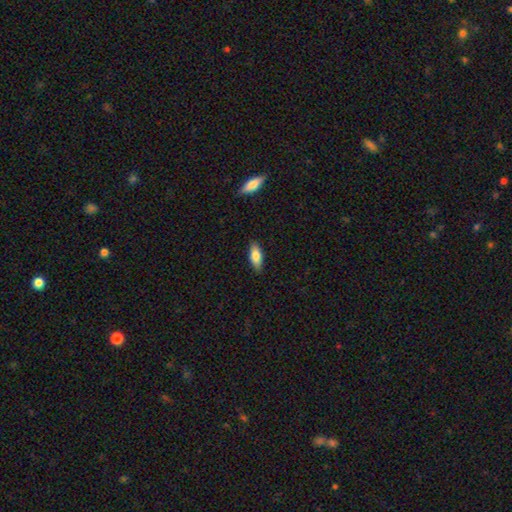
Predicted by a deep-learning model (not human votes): Smooth or featured? smooth (79%)
How rounded? in between (74%)
Merging? none (87%)